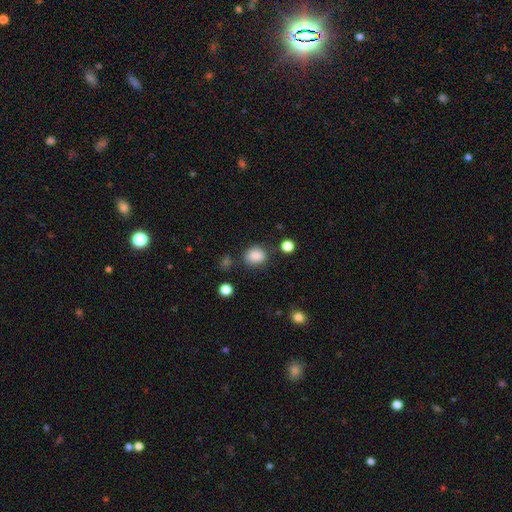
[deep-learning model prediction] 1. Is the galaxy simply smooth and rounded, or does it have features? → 86% smooth, 10% star or artifact, 4% featured or disk.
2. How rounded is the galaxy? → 64% round, 35% in between, 1% cigar-shaped.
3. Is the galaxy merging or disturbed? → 76% none, 15% minor disturbance, 5% major disturbance, 4% merger.